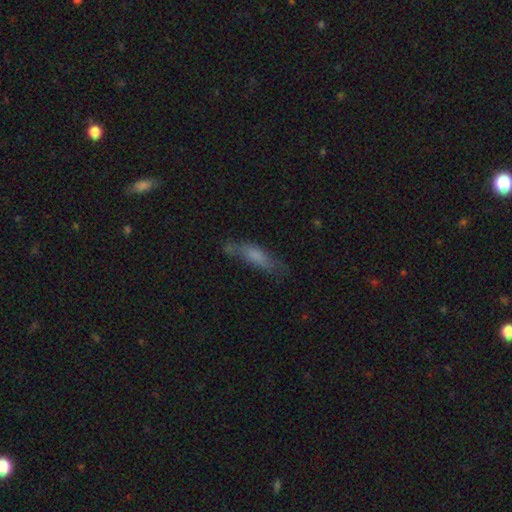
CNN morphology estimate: The model was most divided on "how rounded": cigar-shaped: 56%, in between: 42%, round: 2%. More confident: smooth or featured — smooth (69%); merging — none (56%).